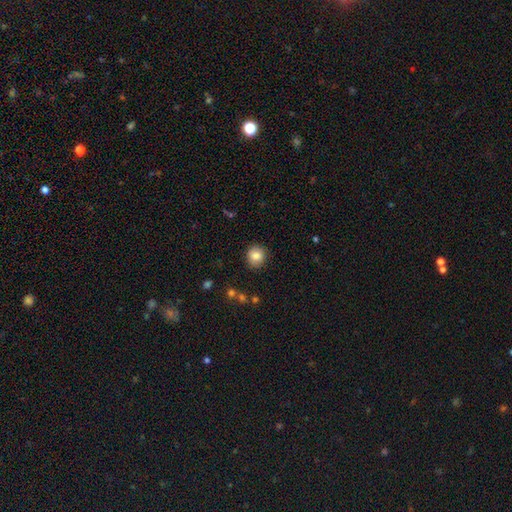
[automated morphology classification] This appears to be a smooth galaxy with no disk features (84%) that is round (88%). Merging: none (89%).